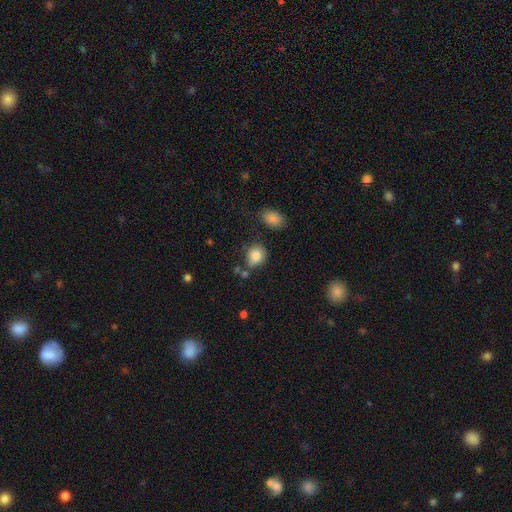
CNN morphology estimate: The model was most divided on "how rounded": round: 66%, in between: 33%, cigar-shaped: 1%. More confident: smooth or featured — smooth (82%); merging — none (67%).